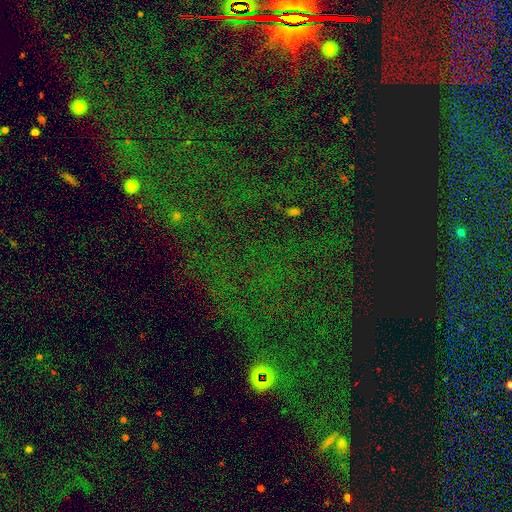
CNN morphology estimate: Smooth or featured: star or artifact — 79% (smooth — 12%)